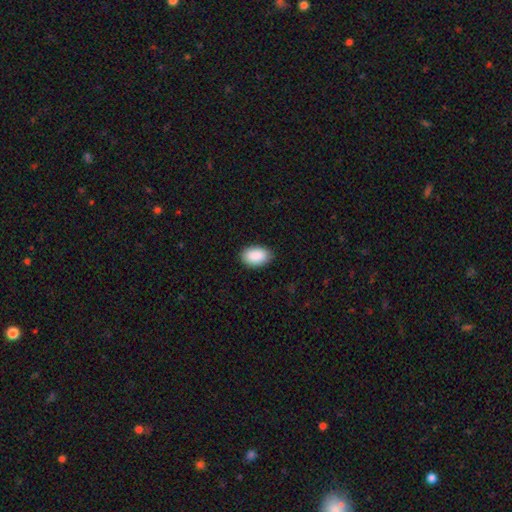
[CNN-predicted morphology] A smooth galaxy with no disk features (91%) that is in between round and cigar-shaped (91%). Merging: none (88%).